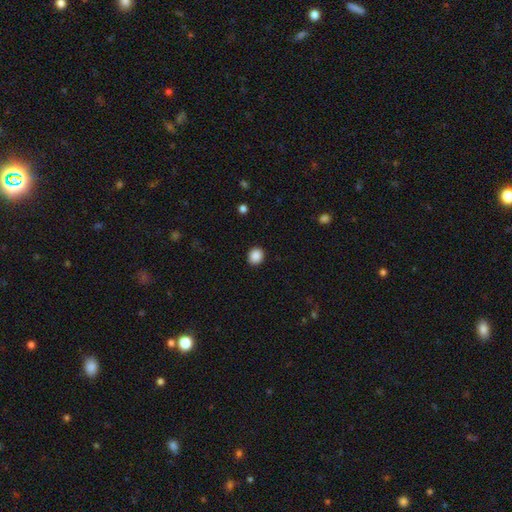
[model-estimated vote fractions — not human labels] Smooth or featured? Predicted: smooth (p=0.89). How rounded? Predicted: round (p=0.72). Merging? Predicted: none (p=0.91).